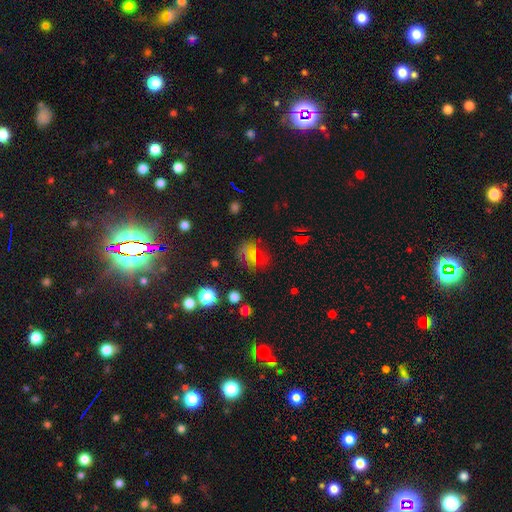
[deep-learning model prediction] This is possibly a smooth galaxy (47%). Merging: likely none (68%).